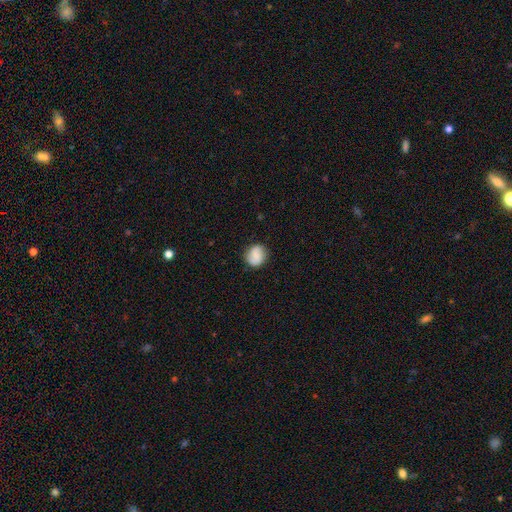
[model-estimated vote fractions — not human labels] smooth_or_featured: smooth (p=0.71) [alt: featured or disk p=0.21]
how_rounded: round (p=0.77) [alt: in between p=0.21]
merging: none (p=0.80) [alt: minor disturbance p=0.15]